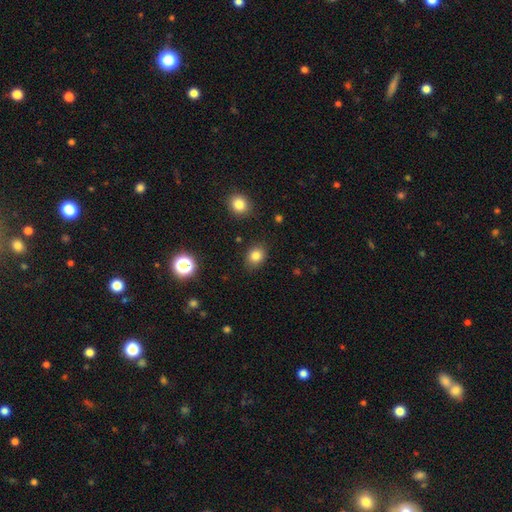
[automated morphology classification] Smooth or featured?
  - smooth: 81% *
  - star or artifact: 12%
  - featured or disk: 6%
How rounded?
  - round: 56% *
  - in between: 43%
  - cigar-shaped: 1%
Merging?
  - none: 86% *
  - minor disturbance: 9%
  - major disturbance: 3%
  - merger: 2%